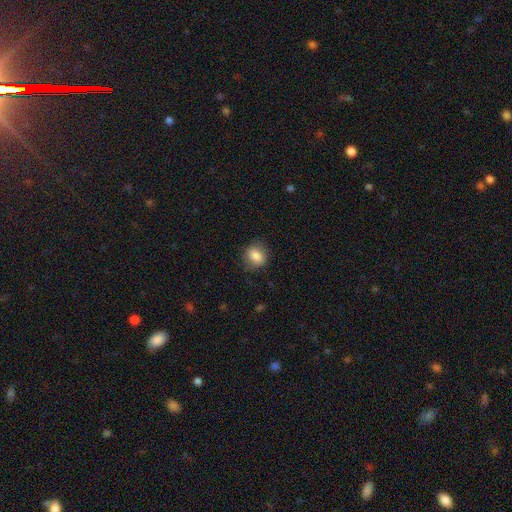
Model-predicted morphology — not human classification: This is clearly a smooth galaxy (83%). How rounded: possibly in between (52%). Merging: likely none (80%).